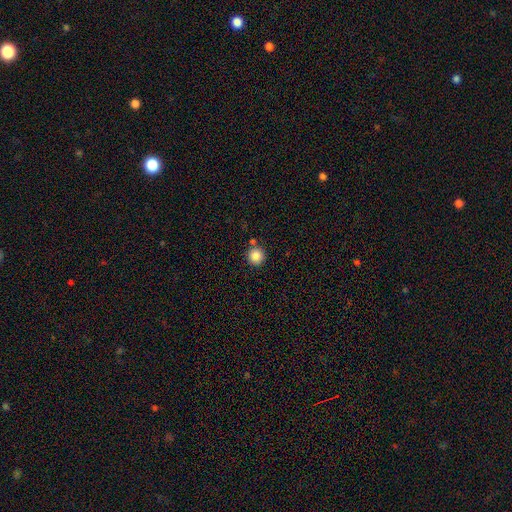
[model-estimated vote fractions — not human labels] Morphology: type=smooth (86%); roundness=round (94%); merging=none (80%).